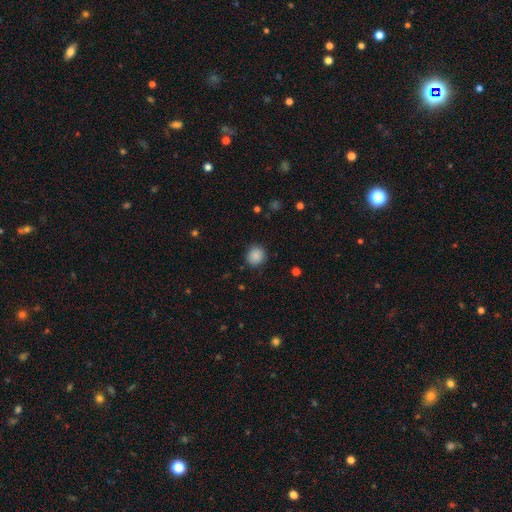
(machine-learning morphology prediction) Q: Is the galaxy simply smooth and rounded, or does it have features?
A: smooth — 87%.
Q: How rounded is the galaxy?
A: round — 88%.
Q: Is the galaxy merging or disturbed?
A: none — 88%.